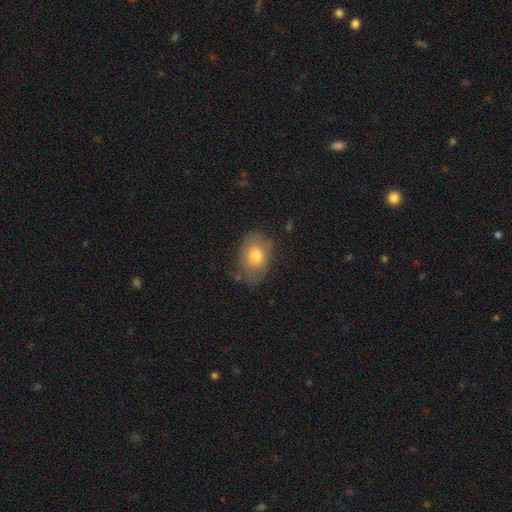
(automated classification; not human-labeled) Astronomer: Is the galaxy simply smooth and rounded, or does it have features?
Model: smooth — 73%.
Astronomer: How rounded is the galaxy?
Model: in between — 80%.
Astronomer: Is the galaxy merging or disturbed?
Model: none — 62%.